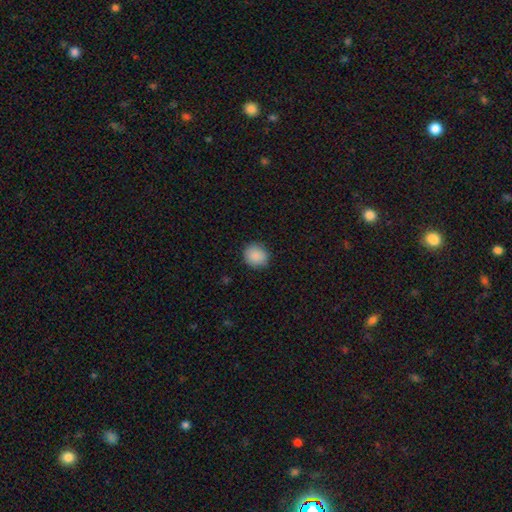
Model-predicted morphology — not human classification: This appears to be a smooth galaxy with no disk features (89%) that is round (83%). Merging: none (88%).